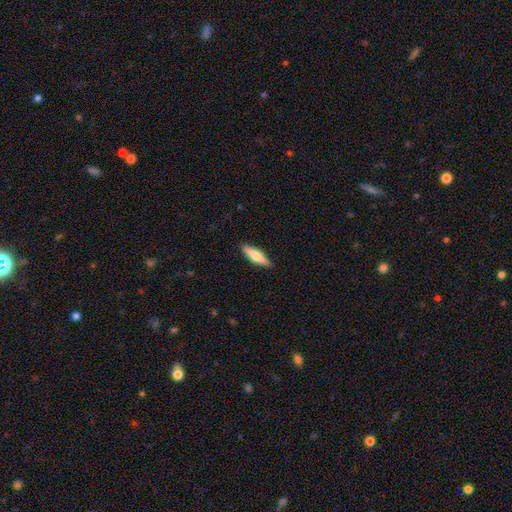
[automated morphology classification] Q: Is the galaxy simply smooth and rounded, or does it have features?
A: smooth — 67%.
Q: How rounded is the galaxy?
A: cigar-shaped — 66%.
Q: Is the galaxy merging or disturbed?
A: none — 89%.